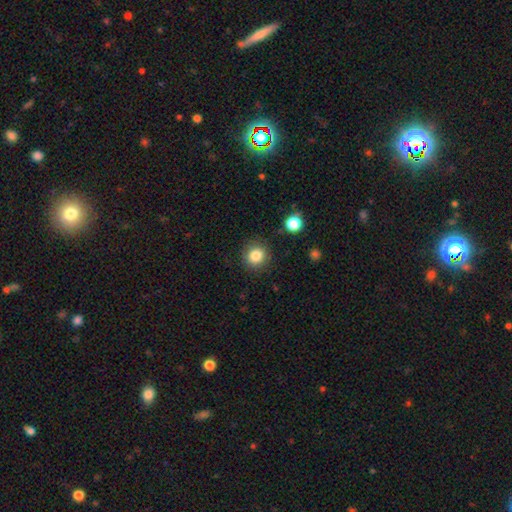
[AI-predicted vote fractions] This appears to be a smooth galaxy with no disk features (84%) that is round (90%). Merging: none (88%).